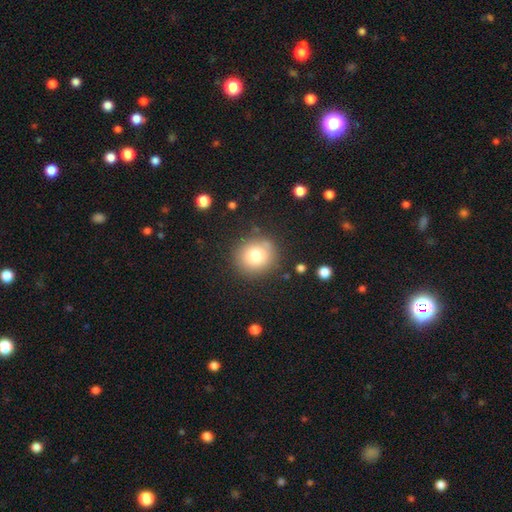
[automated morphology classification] This is likely a smooth galaxy (77%). How rounded: clearly round (86%). Merging: clearly none (85%).